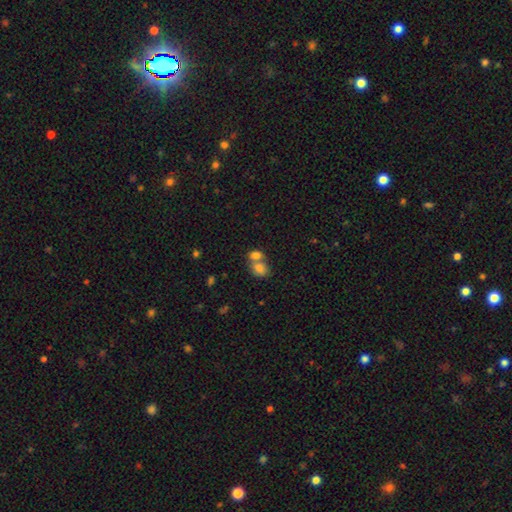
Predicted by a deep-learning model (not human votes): A smooth galaxy with no disk features (78%) that is in between round and cigar-shaped (59%).

Vote fractions:
- Smooth or featured? smooth: 78% / featured or disk: 12% / star or artifact: 10%
- How rounded? in between: 59% / round: 40% / cigar-shaped: 1%
- Merging? merger: 64% / none: 27% / minor disturbance: 6% / major disturbance: 3%